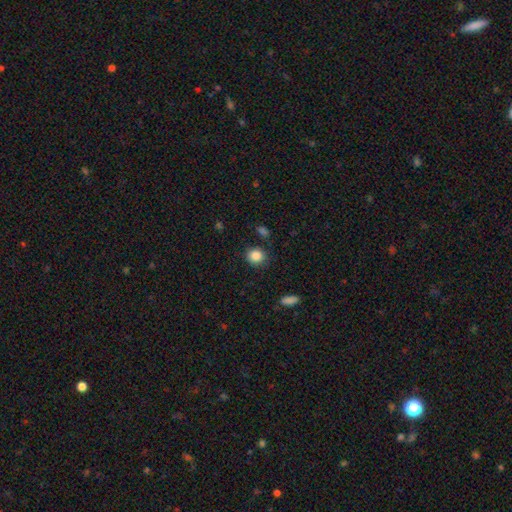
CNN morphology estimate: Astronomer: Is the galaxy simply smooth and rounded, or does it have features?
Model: smooth — 87%.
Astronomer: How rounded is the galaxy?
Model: round — 83%.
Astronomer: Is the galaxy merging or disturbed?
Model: none — 83%.